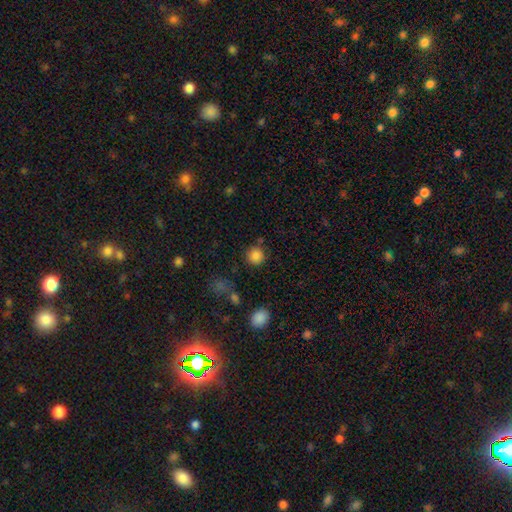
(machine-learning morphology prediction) smooth 85%, star or artifact 11%, featured or disk 4%. Down the decision tree: how rounded — round (93%); merging — none (83%).